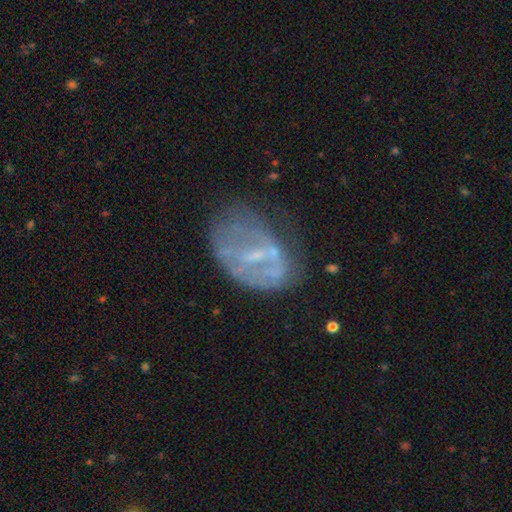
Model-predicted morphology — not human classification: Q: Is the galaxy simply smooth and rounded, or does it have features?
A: featured or disk — 64%.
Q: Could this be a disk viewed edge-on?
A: no — 96%.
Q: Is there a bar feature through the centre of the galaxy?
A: weak — 41%.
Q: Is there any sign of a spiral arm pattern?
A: no — 70%.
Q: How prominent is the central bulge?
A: small — 51%.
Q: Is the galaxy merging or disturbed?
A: none — 45%.